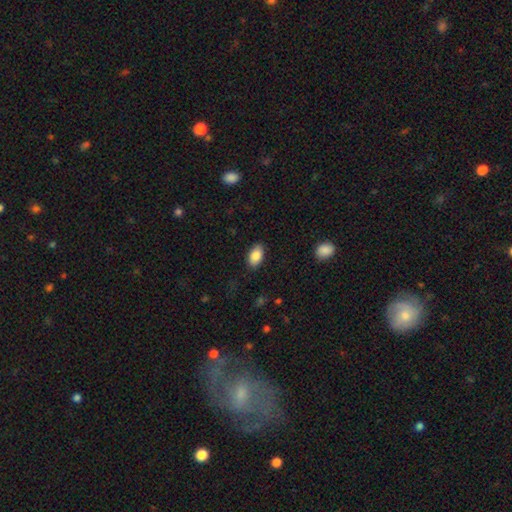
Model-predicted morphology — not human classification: smooth 86%, star or artifact 7%, featured or disk 7%. Down the decision tree: how rounded — in between (92%); merging — none (87%).